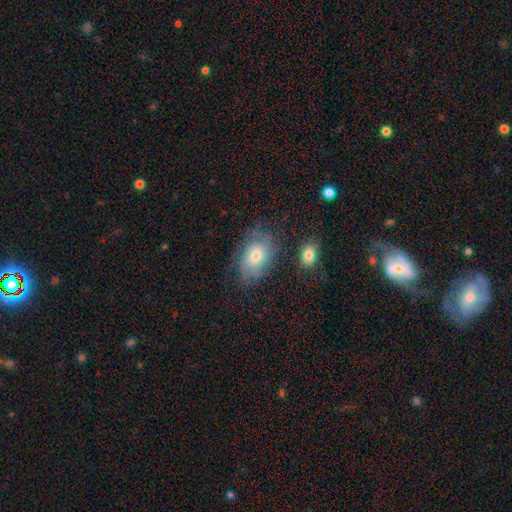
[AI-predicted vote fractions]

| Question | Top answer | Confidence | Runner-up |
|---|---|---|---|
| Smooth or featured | featured or disk | 53% | smooth (37%) |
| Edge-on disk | no | 94% | yes (6%) |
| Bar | no | 78% | weak (19%) |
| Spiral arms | yes | 80% | no (20%) |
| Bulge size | moderate | 62% | small (22%) |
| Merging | none | 66% | minor disturbance (21%) |